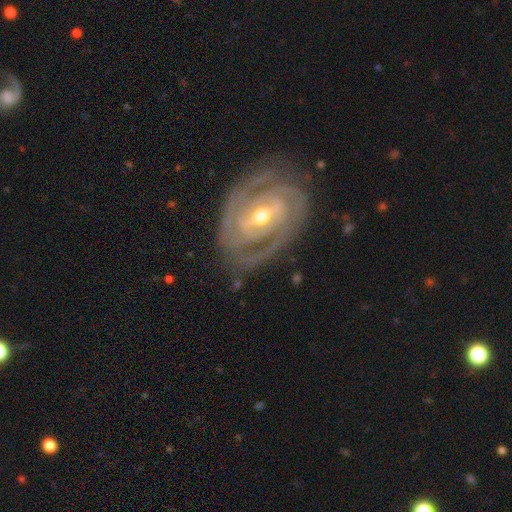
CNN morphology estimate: type=featured or disk (88%); edge-on=no (96%); bar=weak (40%); spiral arms=yes (96%); winding=tight (72%); arm count=2 (54%); bulge=moderate (51%); merging=none (77%).